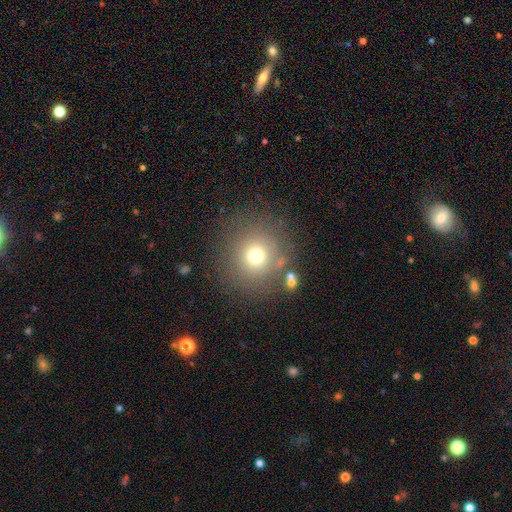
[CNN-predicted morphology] smooth_or_featured: smooth (p=0.71) [alt: star or artifact p=0.18]
how_rounded: round (p=0.92) [alt: in between p=0.07]
merging: none (p=0.81) [alt: minor disturbance p=0.09]